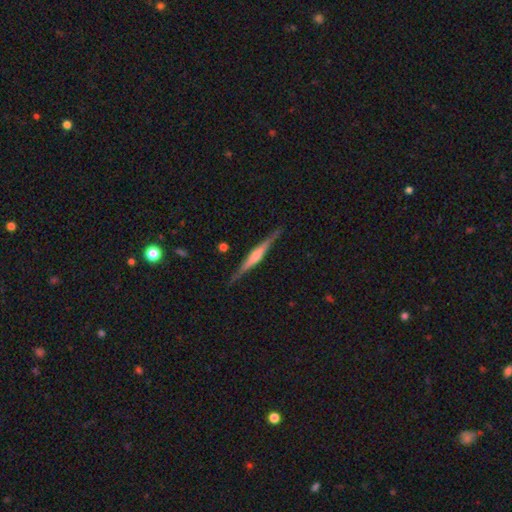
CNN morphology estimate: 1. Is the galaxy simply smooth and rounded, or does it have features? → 74% featured or disk, 20% smooth, 6% star or artifact.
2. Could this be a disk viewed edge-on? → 98% yes, 2% no.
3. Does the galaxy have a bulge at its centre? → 65% rounded, 20% boxy, 15% none.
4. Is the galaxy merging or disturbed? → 88% none, 9% minor disturbance, 2% major disturbance, 1% merger.